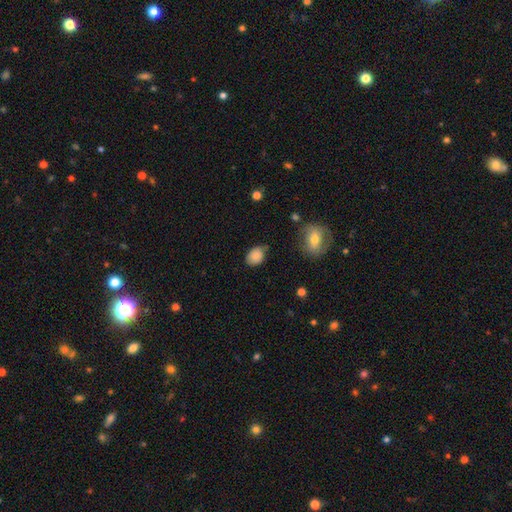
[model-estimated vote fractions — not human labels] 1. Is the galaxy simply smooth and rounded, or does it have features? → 85% smooth, 8% star or artifact, 7% featured or disk.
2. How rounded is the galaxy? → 71% in between, 28% round, 1% cigar-shaped.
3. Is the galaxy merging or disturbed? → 66% none, 27% minor disturbance, 5% major disturbance, 2% merger.